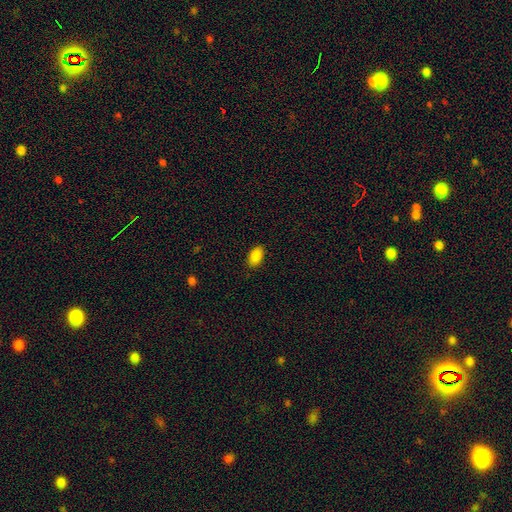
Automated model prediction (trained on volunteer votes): Smooth or featured?
  - smooth: 87% *
  - star or artifact: 8%
  - featured or disk: 5%
How rounded?
  - in between: 92% *
  - round: 6%
  - cigar-shaped: 2%
Merging?
  - none: 87% *
  - minor disturbance: 10%
  - major disturbance: 2%
  - merger: 1%